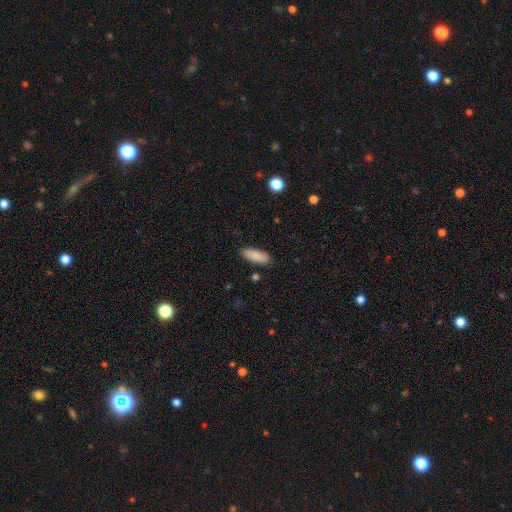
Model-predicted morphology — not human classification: Smooth or featured? Predicted: smooth (p=0.87). How rounded? Predicted: in between (p=0.70). Merging? Predicted: none (p=0.87).